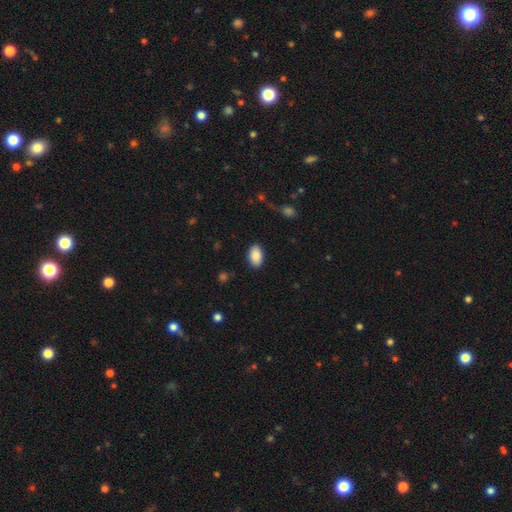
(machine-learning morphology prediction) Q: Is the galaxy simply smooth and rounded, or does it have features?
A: smooth — 89%.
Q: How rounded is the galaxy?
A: in between — 93%.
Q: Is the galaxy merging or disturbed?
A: none — 88%.